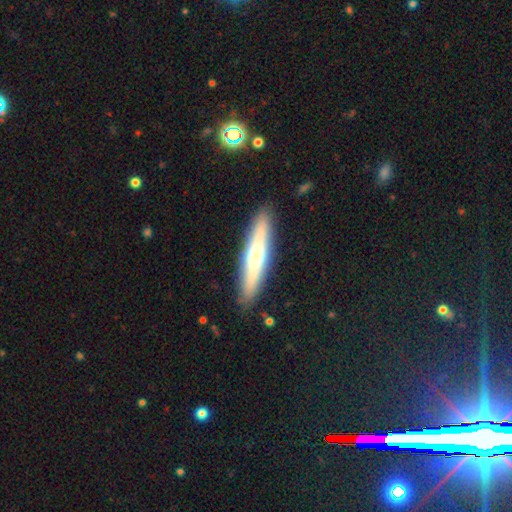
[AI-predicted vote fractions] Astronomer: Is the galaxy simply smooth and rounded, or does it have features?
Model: featured or disk — 50% (runner-up: smooth, 44%).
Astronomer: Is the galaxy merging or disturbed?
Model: none — 90%.